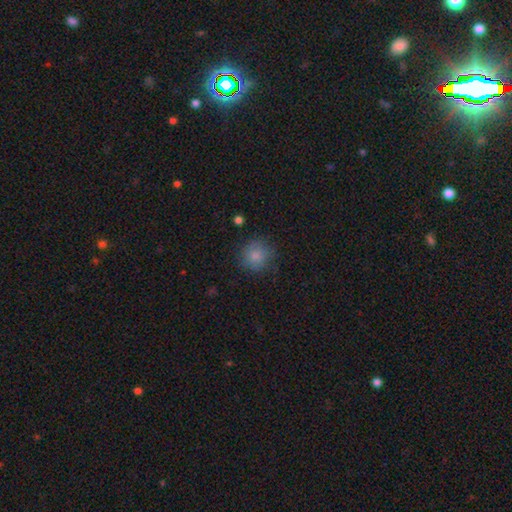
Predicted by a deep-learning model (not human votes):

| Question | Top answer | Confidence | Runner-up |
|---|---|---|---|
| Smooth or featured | smooth | 83% | star or artifact (10%) |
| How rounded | round | 90% | in between (9%) |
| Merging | none | 79% | minor disturbance (15%) |